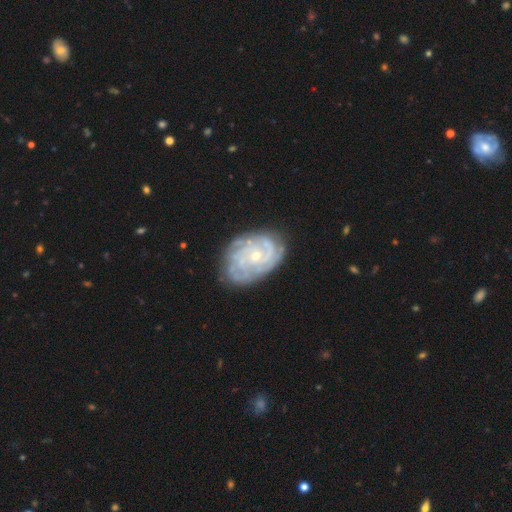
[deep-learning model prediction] Smooth or featured? featured or disk (83%)
Edge-on disk? no (97%)
Bar? no (77%)
Spiral arms? yes (94%)
Spiral winding? tight (74%)
Spiral arm count? can't tell (38%)
Bulge size? small (65%)
Merging? none (77%)